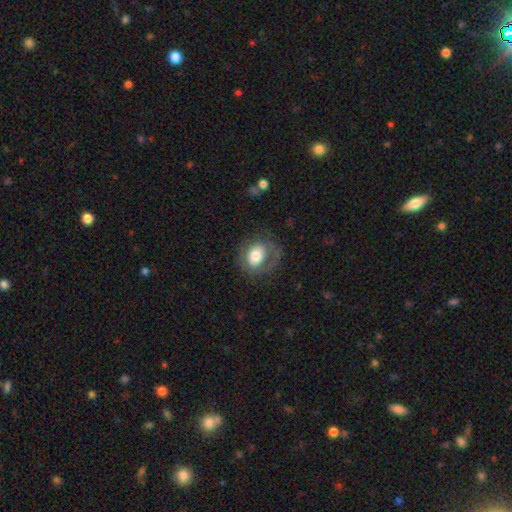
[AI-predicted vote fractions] Morphology: type=smooth (55%); roundness=round (57%); merging=none (65%).